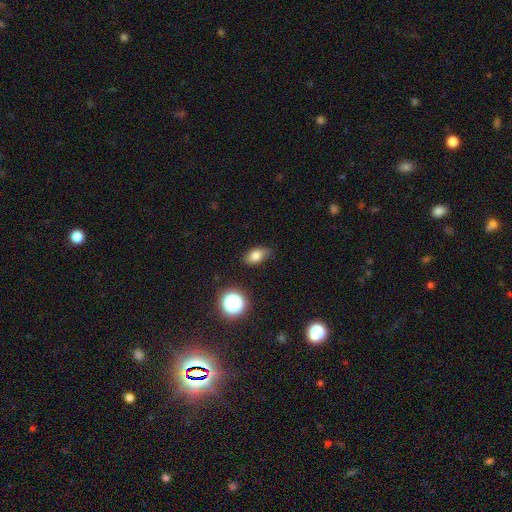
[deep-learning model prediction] The model was most divided on "merging": none: 80%, minor disturbance: 15%, major disturbance: 3%, merger: 1%. More confident: how rounded — in between (85%); smooth or featured — smooth (79%).